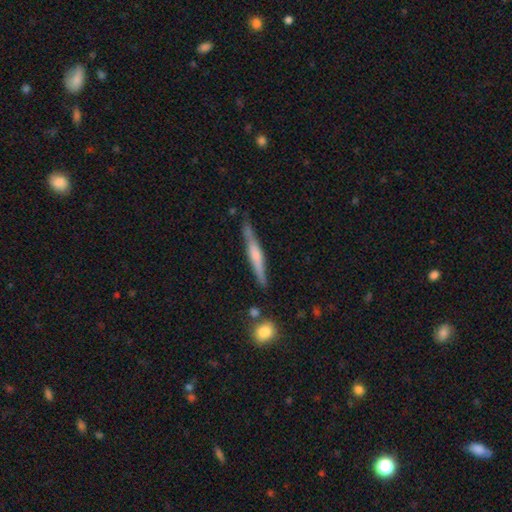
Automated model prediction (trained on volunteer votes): Smooth or featured?
  - featured or disk: 57% *
  - smooth: 38%
  - star or artifact: 6%
Edge-on disk?
  - yes: 96% *
  - no: 4%
Edge-on bulge?
  - rounded: 54% *
  - boxy: 25%
  - none: 22%
Merging?
  - none: 78% *
  - minor disturbance: 15%
  - merger: 4%
  - major disturbance: 3%